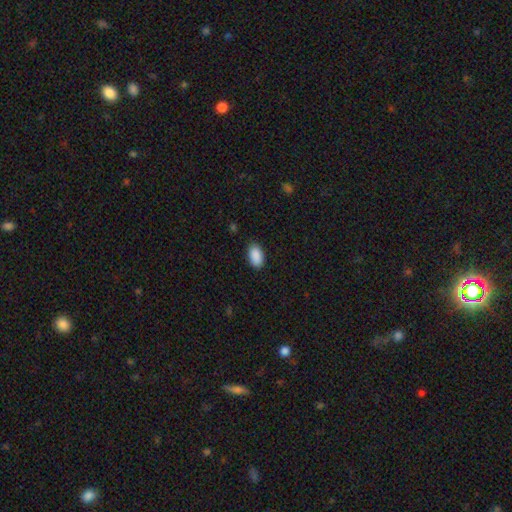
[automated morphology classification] A smooth galaxy with no disk features (90%) that is in between round and cigar-shaped (94%). Merging: none (85%).